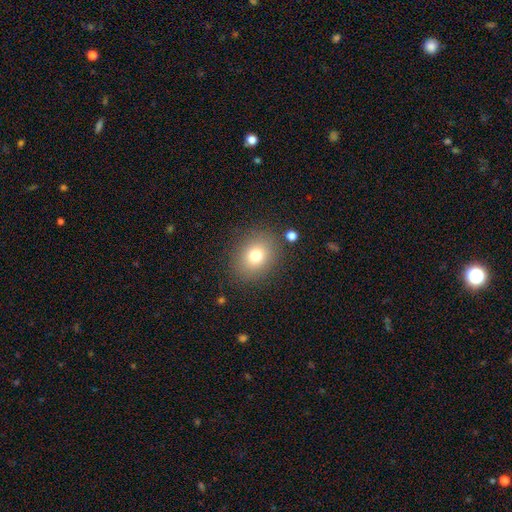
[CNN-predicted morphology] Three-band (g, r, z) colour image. It shows a smooth galaxy with no disk features (77%) that is round (57%). Merging: none (84%).